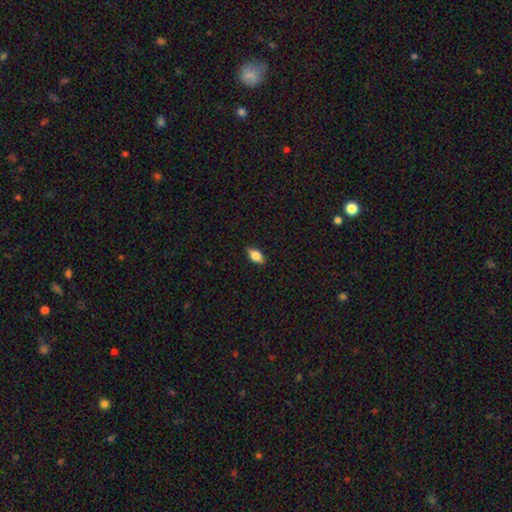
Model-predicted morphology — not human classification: The model was most divided on "smooth or featured": smooth: 76%, featured or disk: 16%, star or artifact: 8%. More confident: how rounded — in between (87%); merging — none (86%).